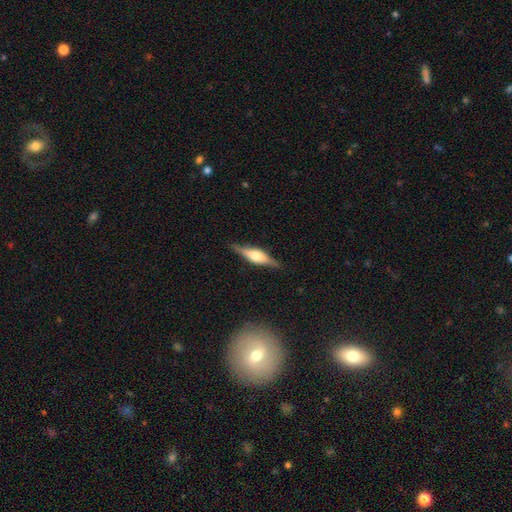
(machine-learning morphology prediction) This is likely a featured or disk galaxy (69%). It is clearly viewed edge-on (96%). Edge-on bulge: likely rounded (77%). Merging: clearly none (86%).